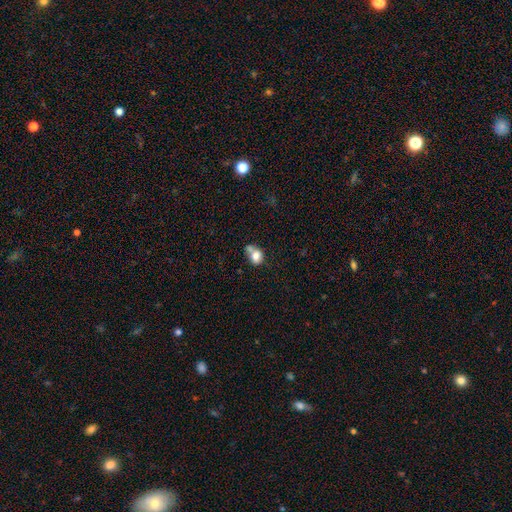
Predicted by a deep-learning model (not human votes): smooth-or-featured: smooth: 77% | featured or disk: 13% | star or artifact: 10%
  how-rounded: round: 52% | in between: 47% | cigar-shaped: 1%
  merging: merger: 43% | none: 33% | minor disturbance: 16% | major disturbance: 8%